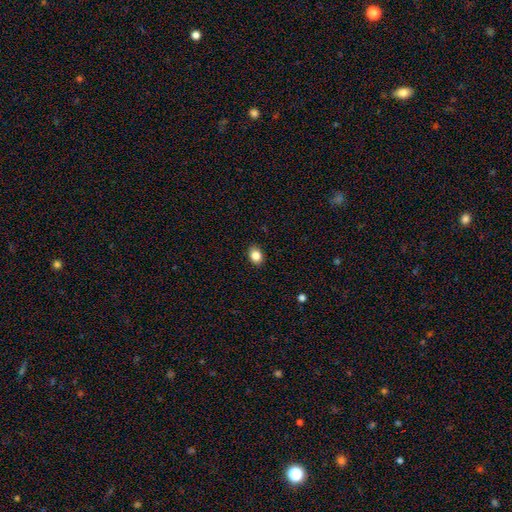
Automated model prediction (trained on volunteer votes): smooth-or-featured: smooth: 84% | star or artifact: 10% | featured or disk: 6%
  how-rounded: in between: 55% | round: 45% | cigar-shaped: 1%
  merging: none: 89% | minor disturbance: 8% | major disturbance: 2% | merger: 1%